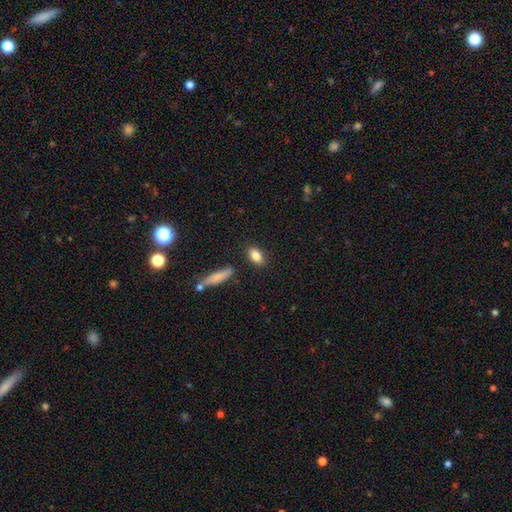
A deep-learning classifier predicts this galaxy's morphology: Smooth or featured: smooth — 84% (featured or disk — 8%)
How rounded: in between — 82% (round — 10%)
Merging: none — 84% (minor disturbance — 10%)